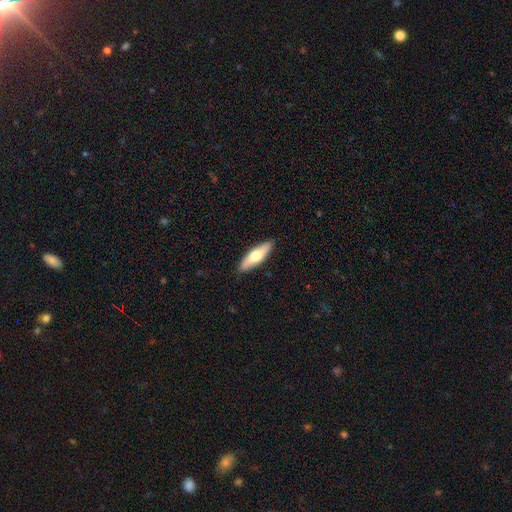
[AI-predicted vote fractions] Smooth or featured: smooth — 63% (featured or disk — 32%)
How rounded: cigar-shaped — 55% (in between — 43%)
Merging: none — 89% (minor disturbance — 9%)